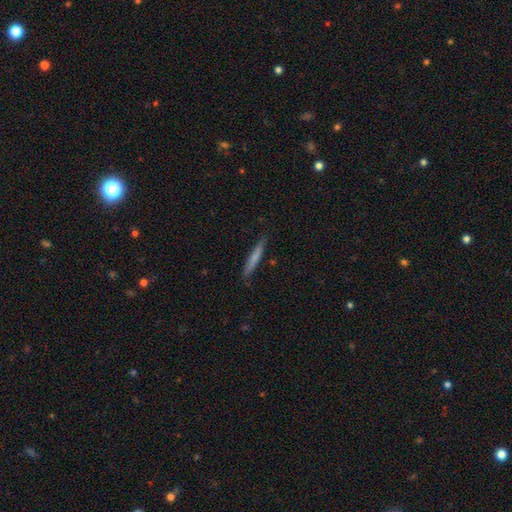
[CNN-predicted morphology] smooth-or-featured: smooth: 64% | featured or disk: 30% | star or artifact: 6%
  how-rounded: cigar-shaped: 96% | in between: 3% | round: 1%
  merging: none: 88% | minor disturbance: 10% | major disturbance: 2% | merger: 1%